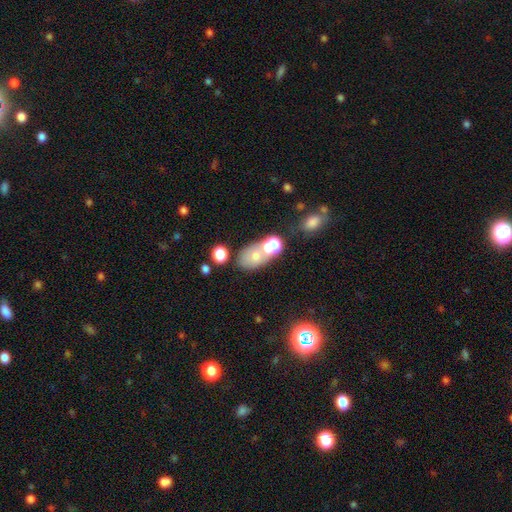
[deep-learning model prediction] Smooth or featured?
  - smooth: 57% *
  - featured or disk: 29%
  - star or artifact: 13%
How rounded?
  - in between: 78% *
  - round: 19%
  - cigar-shaped: 3%
Merging?
  - none: 40% *
  - merger: 38%
  - minor disturbance: 13%
  - major disturbance: 8%